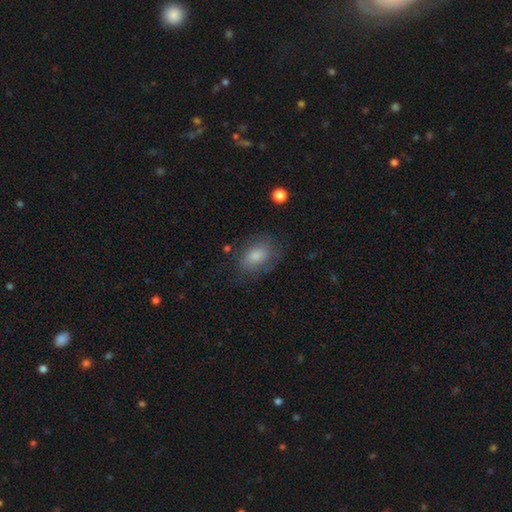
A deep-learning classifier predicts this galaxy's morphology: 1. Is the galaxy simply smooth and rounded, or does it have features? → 60% smooth, 28% featured or disk, 12% star or artifact.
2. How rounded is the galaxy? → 78% in between, 20% round, 2% cigar-shaped.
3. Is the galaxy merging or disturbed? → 70% none, 19% minor disturbance, 9% major disturbance, 2% merger.